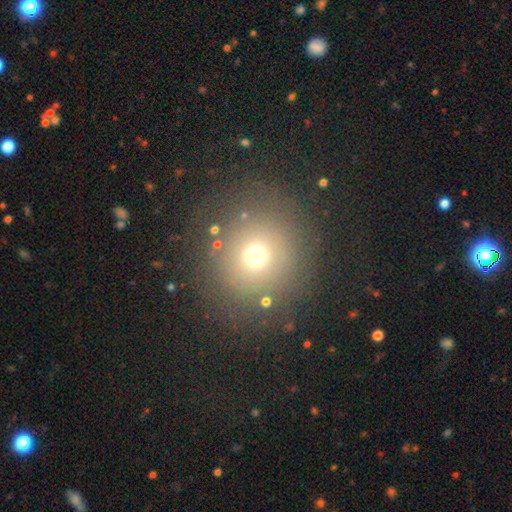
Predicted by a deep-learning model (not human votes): smooth_or_featured: smooth (p=0.67) [alt: star or artifact p=0.22]
how_rounded: round (p=0.91) [alt: in between p=0.08]
merging: none (p=0.81) [alt: minor disturbance p=0.09]